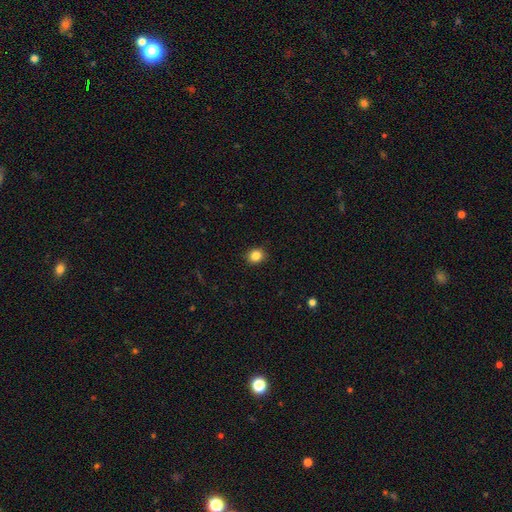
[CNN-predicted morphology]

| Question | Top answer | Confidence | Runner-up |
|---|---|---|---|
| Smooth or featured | smooth | 85% | star or artifact (11%) |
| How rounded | round | 77% | in between (22%) |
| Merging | none | 91% | minor disturbance (6%) |